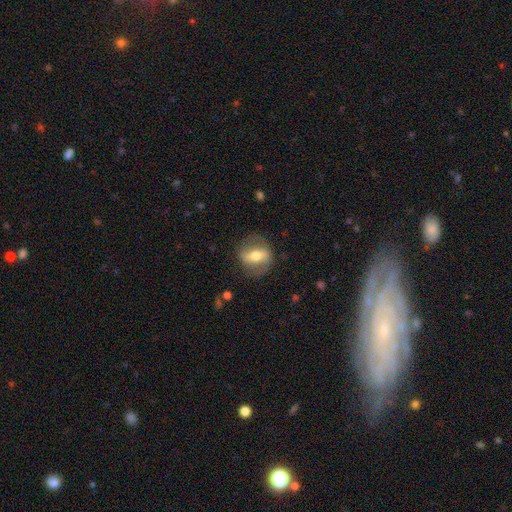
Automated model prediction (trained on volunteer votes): A featured or disk galaxy (55%).

Vote fractions:
- Smooth or featured? featured or disk: 55% / smooth: 39% / star or artifact: 7%
- Edge-on disk? no: 81% / yes: 19%
- Merging? none: 78% / minor disturbance: 14% / major disturbance: 7% / merger: 1%